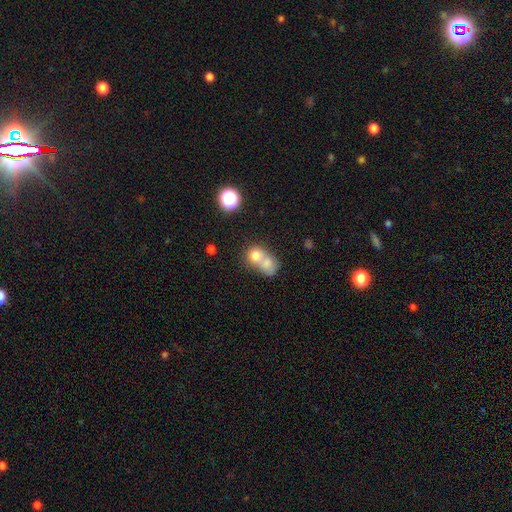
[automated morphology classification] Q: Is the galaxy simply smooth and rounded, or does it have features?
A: smooth — 72%.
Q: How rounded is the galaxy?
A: round — 68%.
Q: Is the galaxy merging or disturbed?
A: merger — 70%.